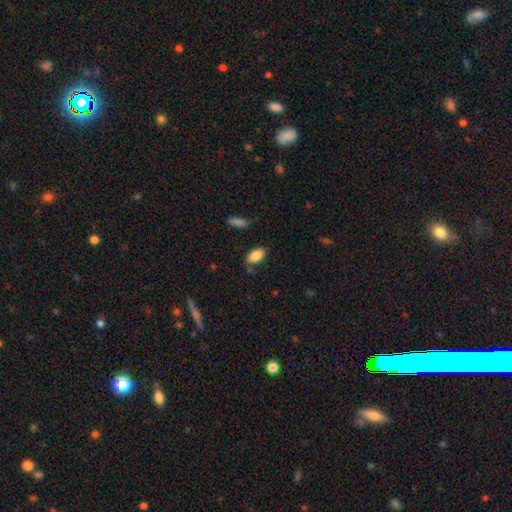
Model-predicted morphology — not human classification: smooth_or_featured: smooth (p=0.85) [alt: star or artifact p=0.08]
how_rounded: in between (p=0.92) [alt: cigar-shaped p=0.04]
merging: none (p=0.75) [alt: minor disturbance p=0.18]